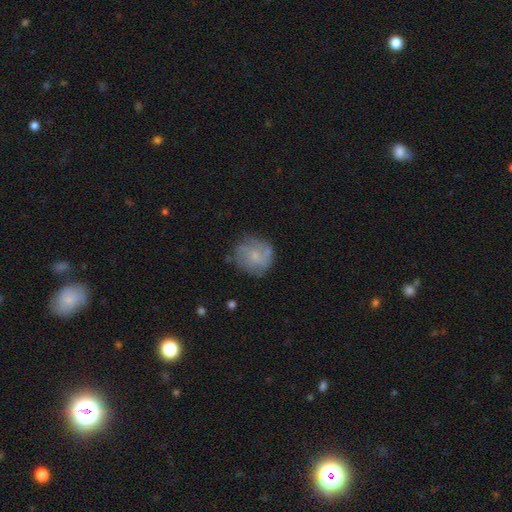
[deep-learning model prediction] Smooth or featured? Predicted: smooth (p=0.50). Merging? Predicted: none (p=0.67).